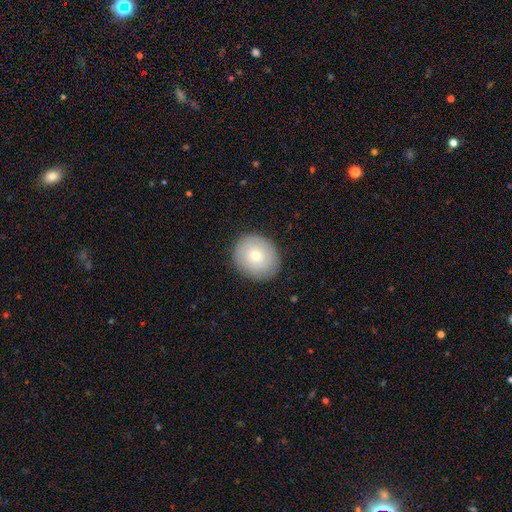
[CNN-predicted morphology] smooth-or-featured: smooth: 68% | featured or disk: 24% | star or artifact: 8%
  how-rounded: round: 76% | in between: 23% | cigar-shaped: 1%
  merging: none: 88% | minor disturbance: 9% | major disturbance: 2% | merger: 1%